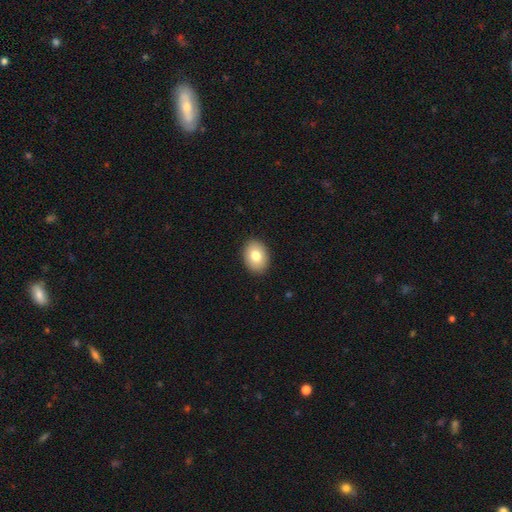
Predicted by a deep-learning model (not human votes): Smooth or featured? Predicted: smooth (p=0.80). How rounded? Predicted: in between (p=0.72). Merging? Predicted: none (p=0.91).